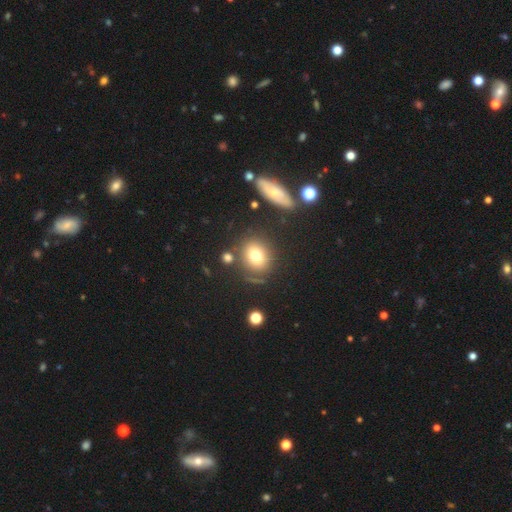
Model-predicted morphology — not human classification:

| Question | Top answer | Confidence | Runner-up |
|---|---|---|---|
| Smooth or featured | smooth | 75% | featured or disk (13%) |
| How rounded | round | 63% | in between (35%) |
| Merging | none | 76% | minor disturbance (12%) |